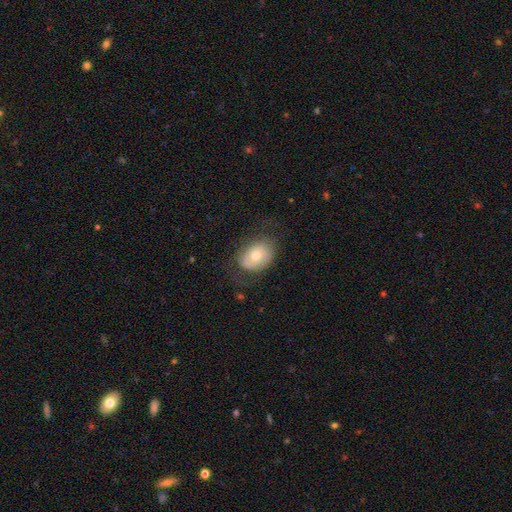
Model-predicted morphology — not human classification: This appears to be a smooth galaxy with no disk features (63%) that is in between round and cigar-shaped (73%). Merging: none (65%).